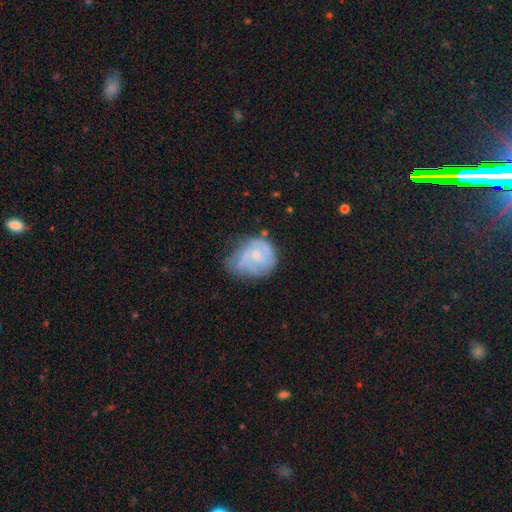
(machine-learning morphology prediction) A featured or disk galaxy (58%) with no bar (78%), spiral arms (69%) and a small central bulge (64%).

Vote fractions:
- Smooth or featured? featured or disk: 58% / smooth: 35% / star or artifact: 8%
- Edge-on disk? no: 98% / yes: 2%
- Bar? no: 78% / weak: 20% / strong: 3%
- Spiral arms? yes: 69% / no: 31%
- Bulge size? small: 64% / moderate: 25% / none: 8% / large: 1% / dominant: 1%
- Merging? none: 41% / minor disturbance: 35% / major disturbance: 21% / merger: 3%